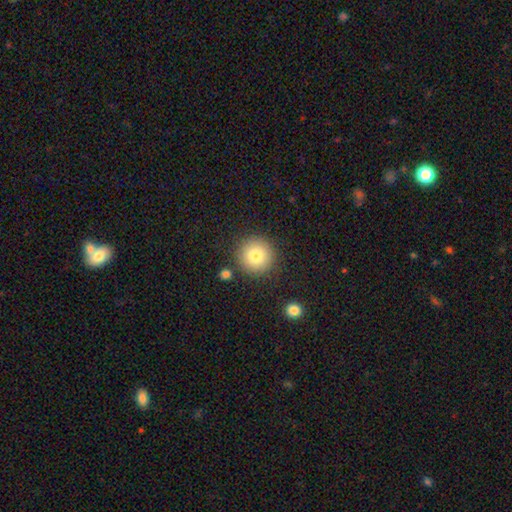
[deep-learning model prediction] smooth 82%, star or artifact 9%, featured or disk 9%. Down the decision tree: how rounded — round (96%); merging — none (86%).